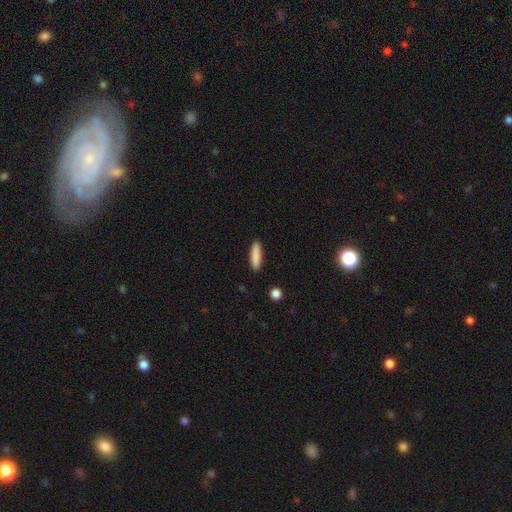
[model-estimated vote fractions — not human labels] Q: Smooth or featured?
A: smooth (87%); runner-up: featured or disk (7%)
Q: How rounded?
A: cigar-shaped (75%); runner-up: in between (23%)
Q: Merging?
A: none (90%); runner-up: minor disturbance (7%)